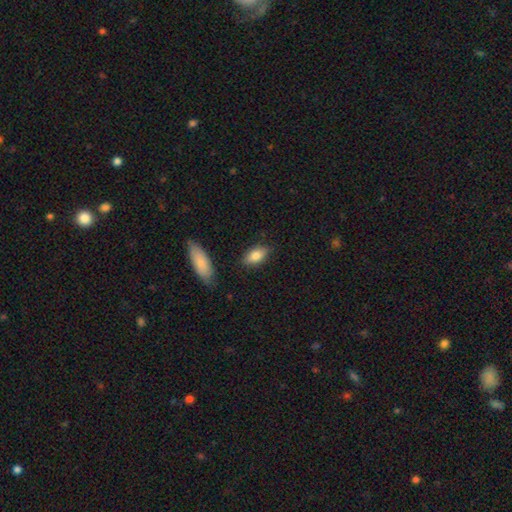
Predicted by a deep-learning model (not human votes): smooth-or-featured: smooth: 82% | featured or disk: 11% | star or artifact: 7%
  how-rounded: in between: 88% | cigar-shaped: 7% | round: 5%
  merging: none: 81% | minor disturbance: 14% | major disturbance: 3% | merger: 3%